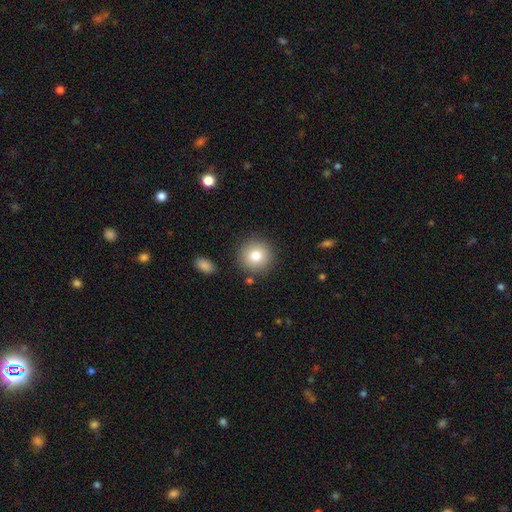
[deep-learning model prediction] Morphology: type=smooth (81%); roundness=round (93%); merging=none (87%).